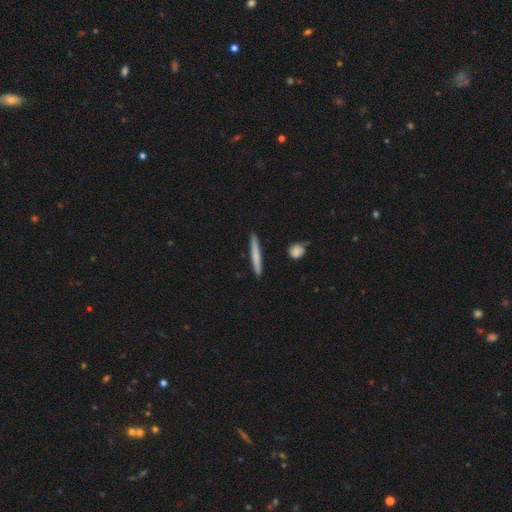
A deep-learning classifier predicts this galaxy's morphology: This appears to be a smooth galaxy with no disk features (66%) that is cigar-shaped (96%). Merging: none (90%).